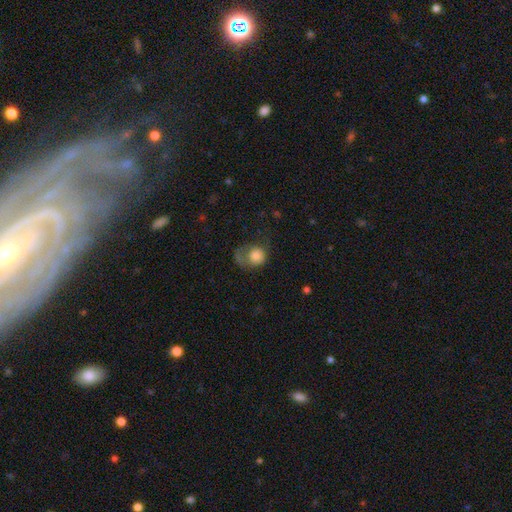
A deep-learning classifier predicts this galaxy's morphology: smooth-or-featured: smooth: 71% | featured or disk: 21% | star or artifact: 8%
  how-rounded: round: 74% | in between: 25% | cigar-shaped: 1%
  merging: major disturbance: 48% | none: 27% | minor disturbance: 21% | merger: 4%